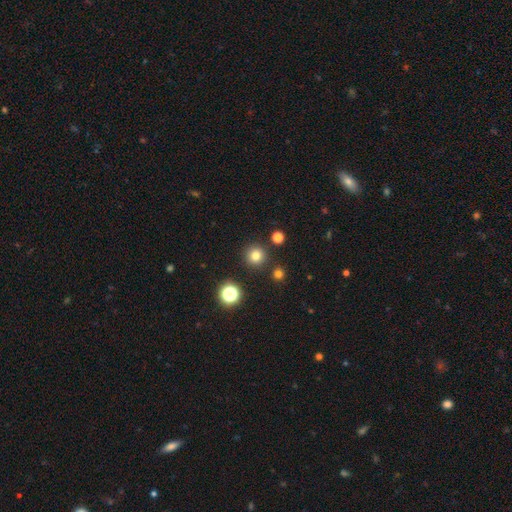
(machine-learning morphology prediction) Smooth or featured? smooth (77%)
How rounded? round (96%)
Merging? none (88%)